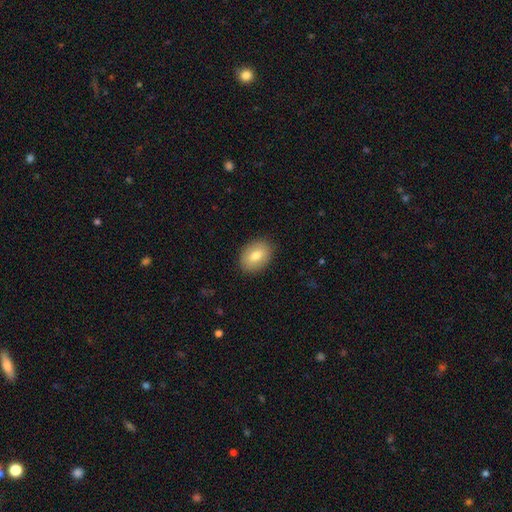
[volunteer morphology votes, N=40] smooth 85%, featured or disk 10%, star or artifact 5%. Down the decision tree: how rounded — in between (71%); merging — none (92%).